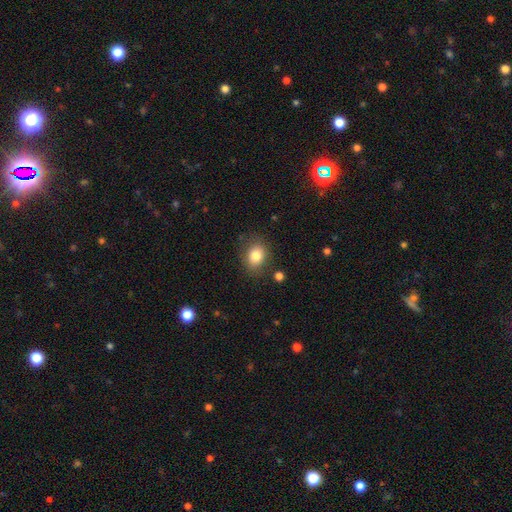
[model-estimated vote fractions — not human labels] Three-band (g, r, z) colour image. It shows a smooth galaxy with no disk features (82%) that is in between round and cigar-shaped (51%). Merging: none (81%).